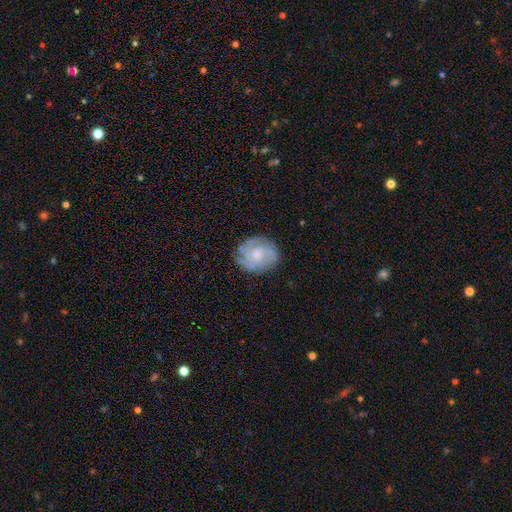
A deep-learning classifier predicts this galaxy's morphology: Smooth or featured? Predicted: featured or disk (p=0.66). Edge-on disk? Predicted: no (p=0.97). Bar? Predicted: no (p=0.75). Spiral arms? Predicted: yes (p=0.90). Spiral winding? Predicted: tight (p=0.57). Spiral arm count? Predicted: can't tell (p=0.36). Bulge size? Predicted: small (p=0.50). Merging? Predicted: none (p=0.78).